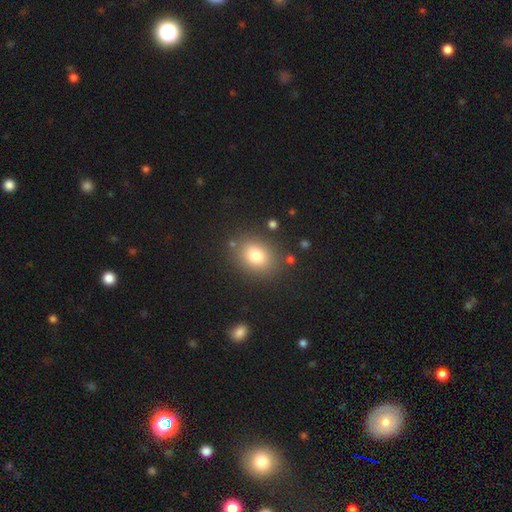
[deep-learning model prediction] This is likely a smooth galaxy (79%). How rounded: possibly in between (55%). Merging: clearly none (82%).